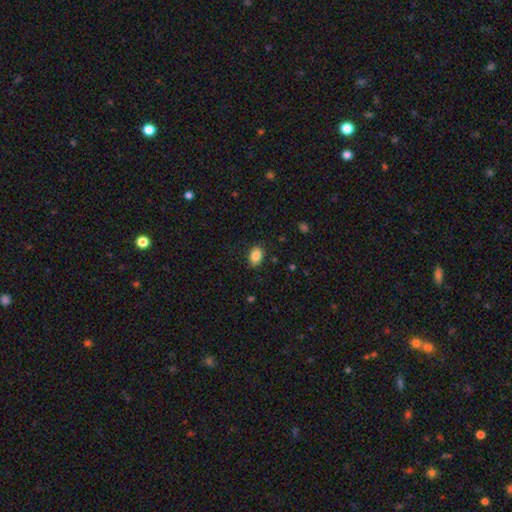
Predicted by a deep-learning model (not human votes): smooth 87%, star or artifact 8%, featured or disk 5%. Down the decision tree: how rounded — in between (83%); merging — none (85%).